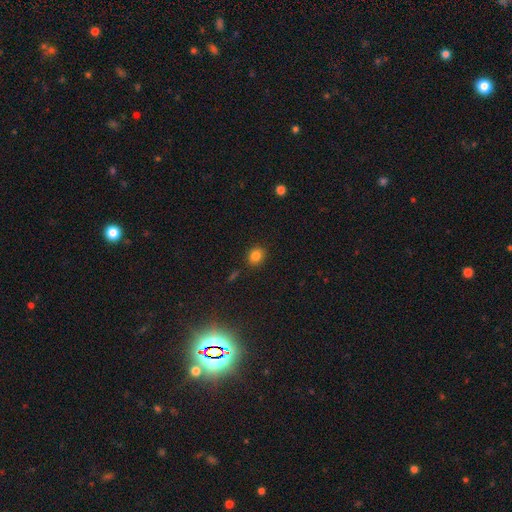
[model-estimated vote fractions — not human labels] Smooth or featured? smooth (82%)
How rounded? round (68%)
Merging? none (88%)